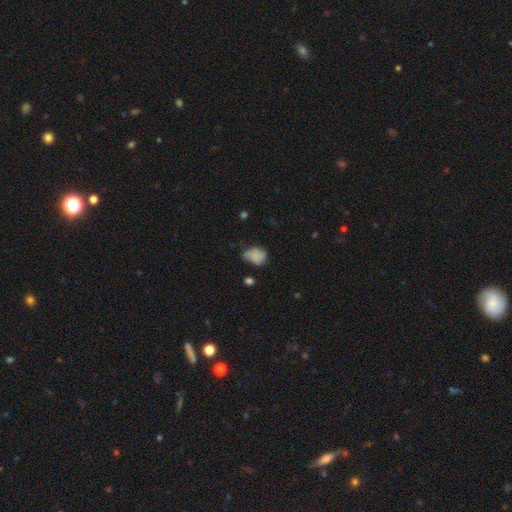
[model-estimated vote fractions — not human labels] Overall: smooth (77%). How rounded: in between (66%; round 33%). Merging: minor disturbance (42%; none 35%).